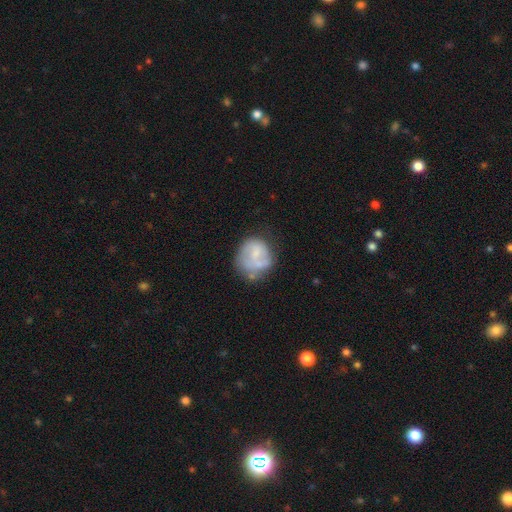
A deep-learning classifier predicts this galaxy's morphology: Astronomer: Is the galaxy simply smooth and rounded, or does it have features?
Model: smooth — 49% (runner-up: featured or disk, 43%).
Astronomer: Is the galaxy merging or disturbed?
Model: none — 46% (runner-up: minor disturbance, 27%).